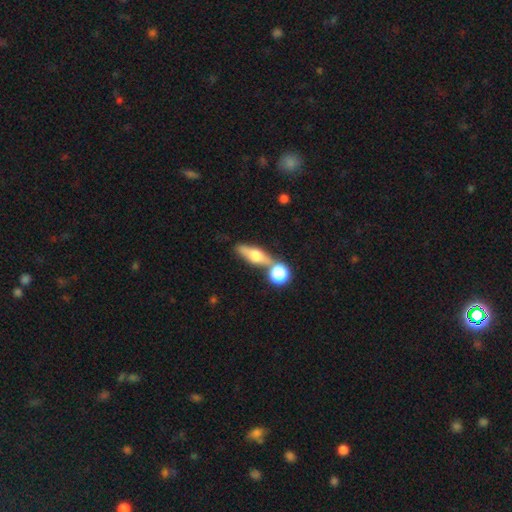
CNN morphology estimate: The model was most divided on "smooth or featured": featured or disk: 51%, smooth: 40%, star or artifact: 9%. More confident: edge-on disk — yes (88%); merging — none (69%).